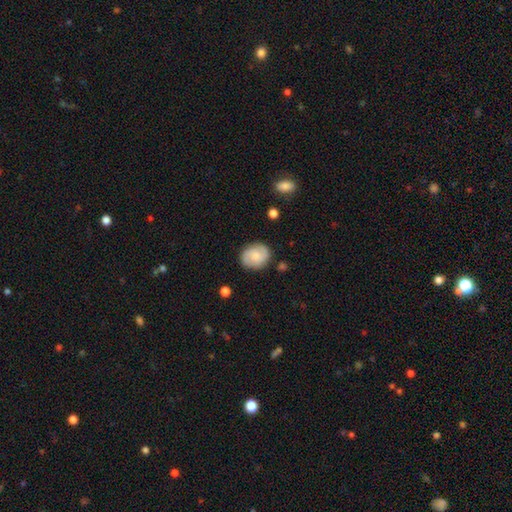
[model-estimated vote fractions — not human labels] Smooth or featured? Predicted: smooth (p=0.52). How rounded? Predicted: round (p=0.60). Merging? Predicted: none (p=0.81).